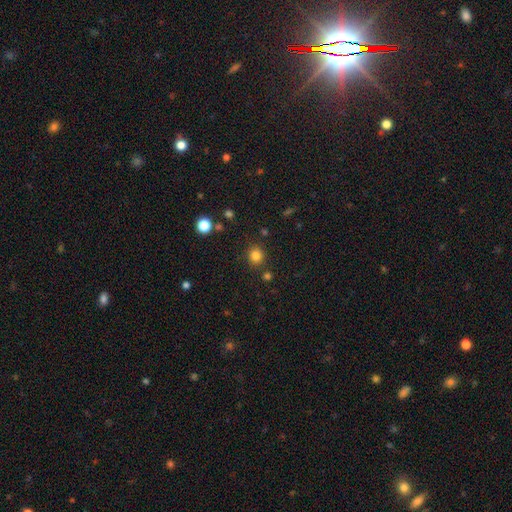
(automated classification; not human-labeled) Smooth or featured: smooth — 82% (star or artifact — 13%)
How rounded: round — 87% (in between — 12%)
Merging: none — 85% (minor disturbance — 8%)